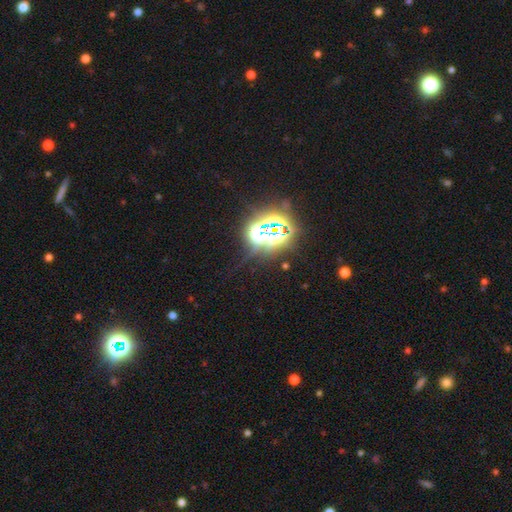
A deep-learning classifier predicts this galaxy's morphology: Overall: star or artifact (79%).